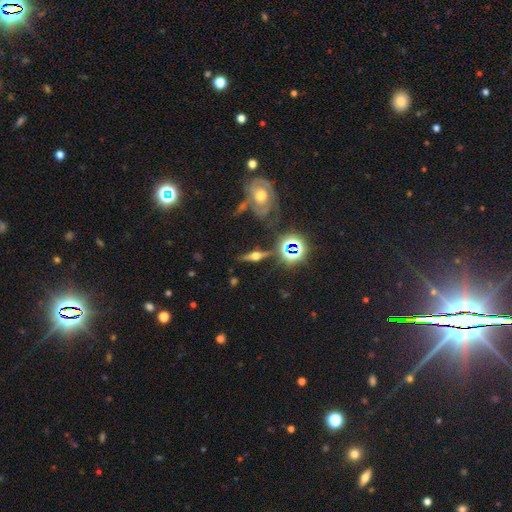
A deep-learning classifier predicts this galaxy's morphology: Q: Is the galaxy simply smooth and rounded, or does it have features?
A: featured or disk — 64%.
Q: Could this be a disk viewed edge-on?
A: yes — 90%.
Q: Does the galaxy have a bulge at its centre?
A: rounded — 96%.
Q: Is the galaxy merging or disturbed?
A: none — 80%.